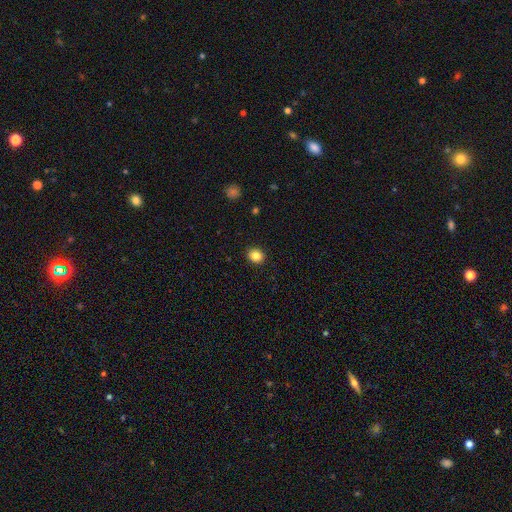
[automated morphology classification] Smooth or featured: smooth — 85% (star or artifact — 10%)
How rounded: round — 75% (in between — 24%)
Merging: none — 91% (minor disturbance — 6%)